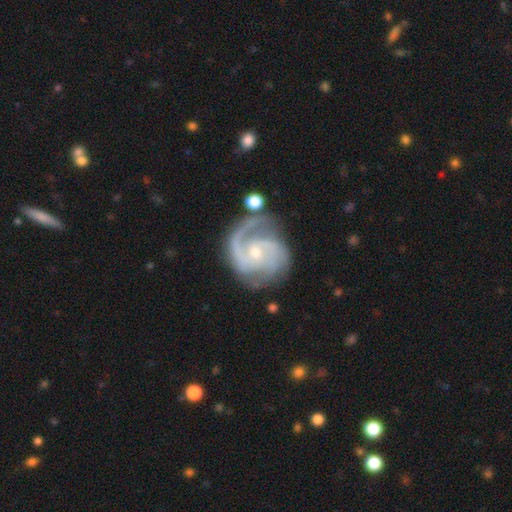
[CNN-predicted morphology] Overall: featured or disk (91%). Edge-on disk: no (98%). Bar: no (57%; weak 32%). Spiral arms: yes (98%). Spiral arm count: 2 (70%). Spiral winding: medium (48%; tight 42%). Bulge size: small (66%; moderate 30%). Merging: none (70%).